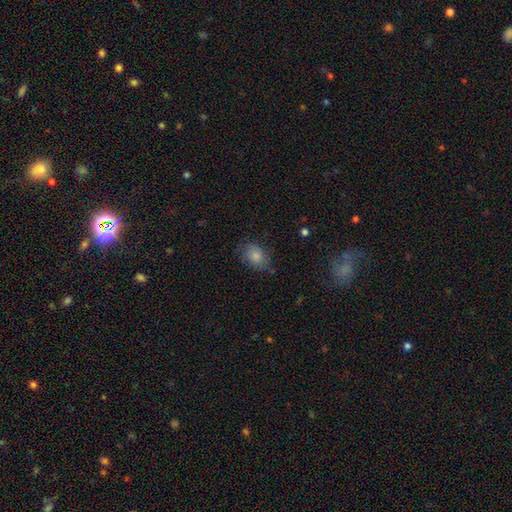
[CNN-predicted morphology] Overall: smooth (82%). How rounded: in between (70%). Merging: none (71%).